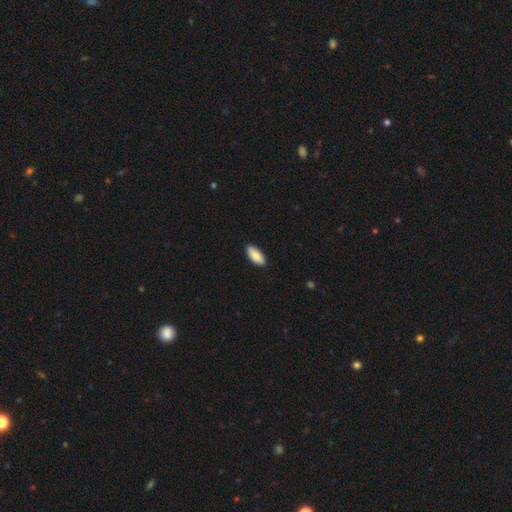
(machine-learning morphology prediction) Q: Smooth or featured?
A: smooth (86%); runner-up: featured or disk (8%)
Q: How rounded?
A: in between (88%); runner-up: cigar-shaped (11%)
Q: Merging?
A: none (89%); runner-up: minor disturbance (9%)